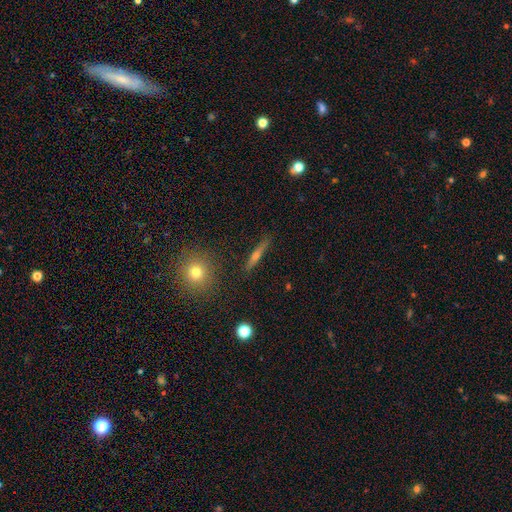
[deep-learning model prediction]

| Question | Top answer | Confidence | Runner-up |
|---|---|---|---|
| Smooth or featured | featured or disk | 50% | smooth (39%) |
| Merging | none | 90% | minor disturbance (7%) |